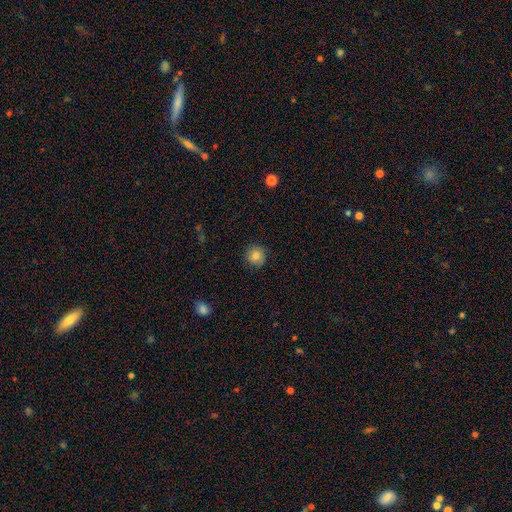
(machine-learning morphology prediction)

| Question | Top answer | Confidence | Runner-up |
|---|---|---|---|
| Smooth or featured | smooth | 79% | featured or disk (11%) |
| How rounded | round | 92% | in between (7%) |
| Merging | none | 86% | minor disturbance (11%) |